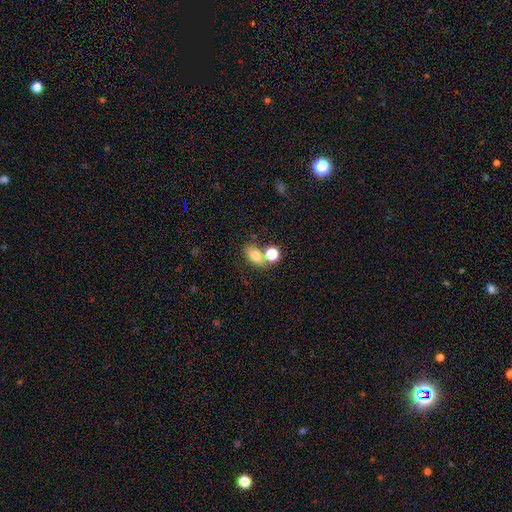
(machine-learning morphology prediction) Q: Smooth or featured?
A: smooth (74%); runner-up: star or artifact (14%)
Q: How rounded?
A: in between (75%); runner-up: round (22%)
Q: Merging?
A: none (56%); runner-up: merger (28%)